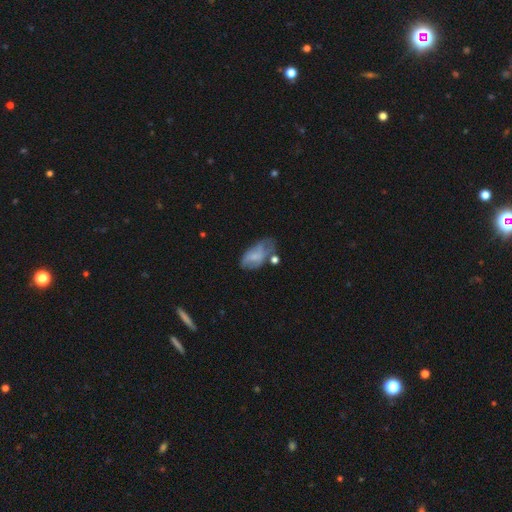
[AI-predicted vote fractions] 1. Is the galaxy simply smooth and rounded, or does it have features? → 59% smooth, 33% featured or disk, 8% star or artifact.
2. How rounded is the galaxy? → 92% in between, 5% round, 3% cigar-shaped.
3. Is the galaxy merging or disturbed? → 34% minor disturbance, 30% none, 25% major disturbance, 11% merger.